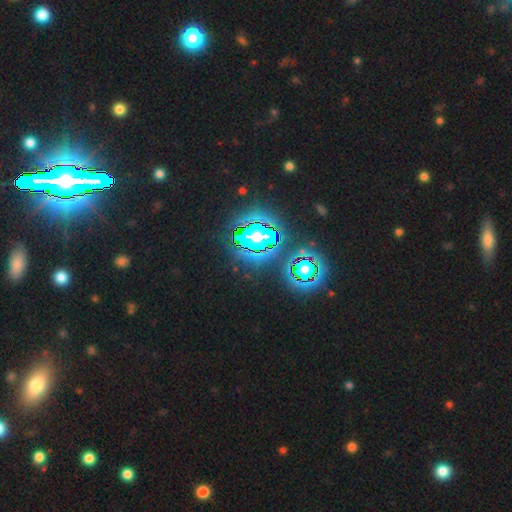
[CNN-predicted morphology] star or artifact 84%, smooth 9%, featured or disk 7%.